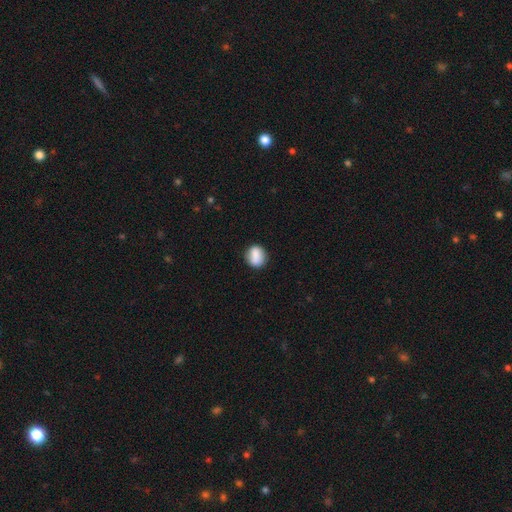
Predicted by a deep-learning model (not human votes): This is clearly a smooth galaxy (83%). How rounded: likely round (60%). Merging: likely none (78%).